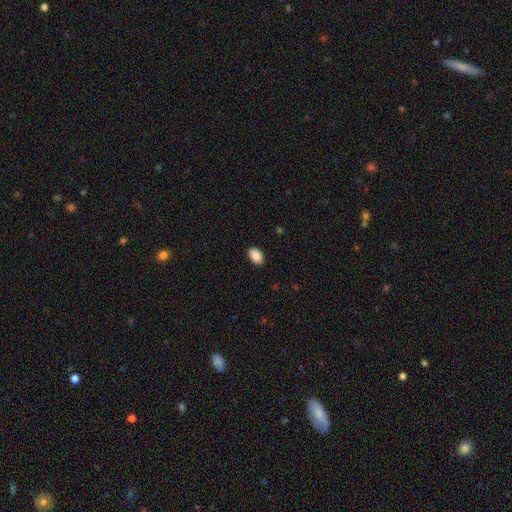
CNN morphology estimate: smooth-or-featured: smooth: 90% | star or artifact: 7% | featured or disk: 3%
  how-rounded: in between: 92% | round: 7% | cigar-shaped: 1%
  merging: none: 90% | minor disturbance: 8% | major disturbance: 2% | merger: 1%